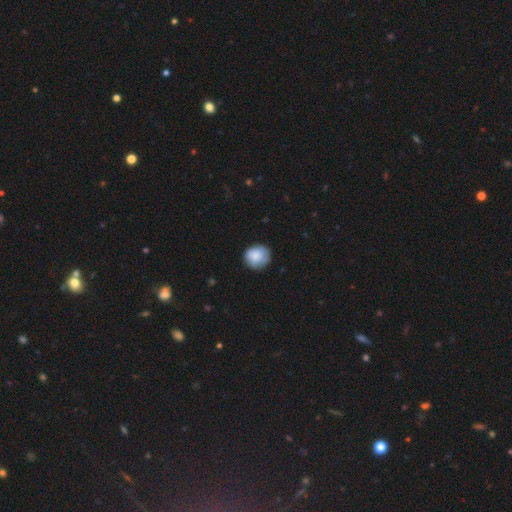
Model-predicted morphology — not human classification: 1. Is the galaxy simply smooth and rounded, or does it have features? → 83% smooth, 10% featured or disk, 7% star or artifact.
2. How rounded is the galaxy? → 82% round, 17% in between, 1% cigar-shaped.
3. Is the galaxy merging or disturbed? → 73% none, 21% minor disturbance, 5% major disturbance, 1% merger.